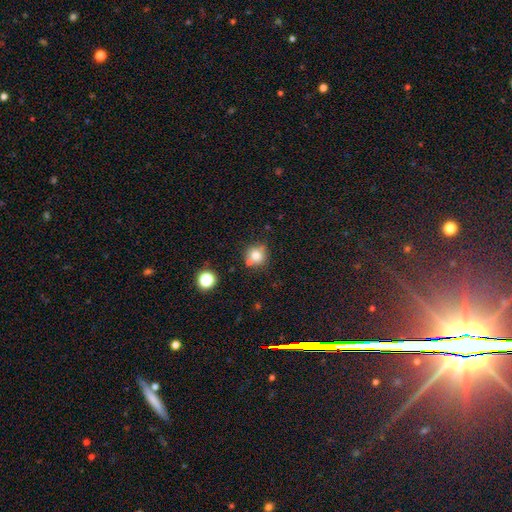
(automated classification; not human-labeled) A smooth galaxy with no disk features (77%) that is round (89%). Merging: none (65%).